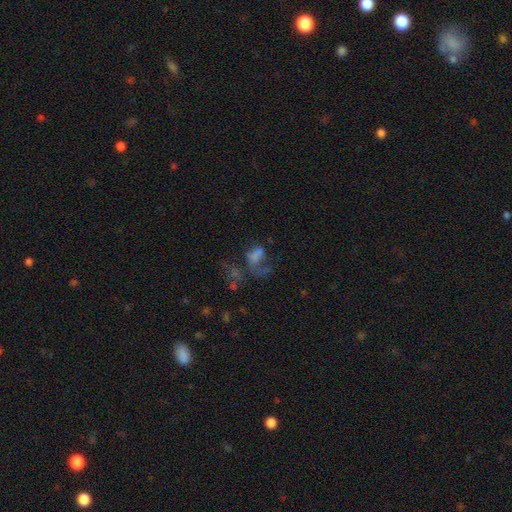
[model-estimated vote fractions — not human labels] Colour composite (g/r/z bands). It shows a smooth galaxy with no disk features (38%). Merging: major disturbance (43%).